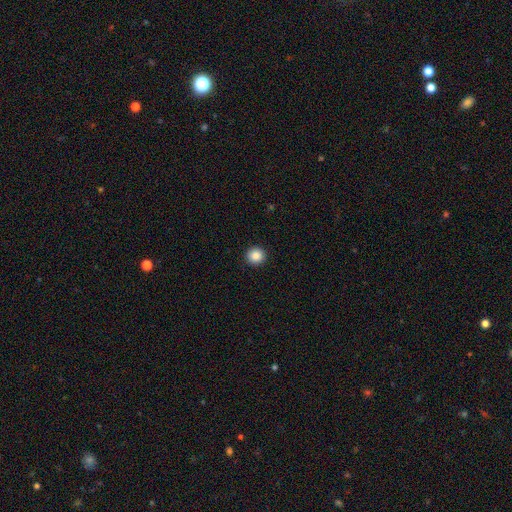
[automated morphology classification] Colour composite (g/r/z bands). It shows a smooth galaxy with no disk features (87%) that is round (95%). Merging: none (93%).